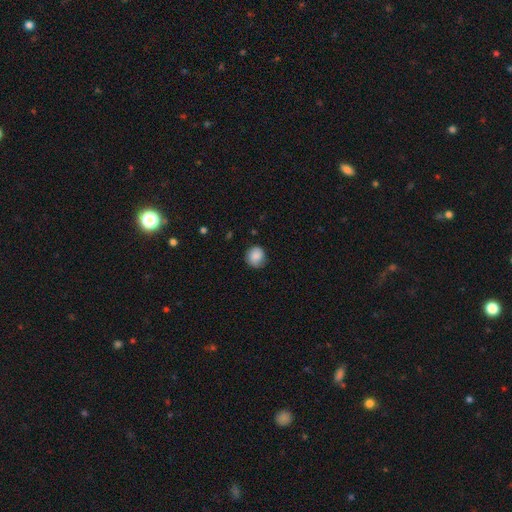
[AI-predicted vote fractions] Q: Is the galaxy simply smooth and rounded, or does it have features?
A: smooth — 84%.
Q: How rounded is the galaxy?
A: round — 87%.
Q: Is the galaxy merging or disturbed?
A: none — 80%.